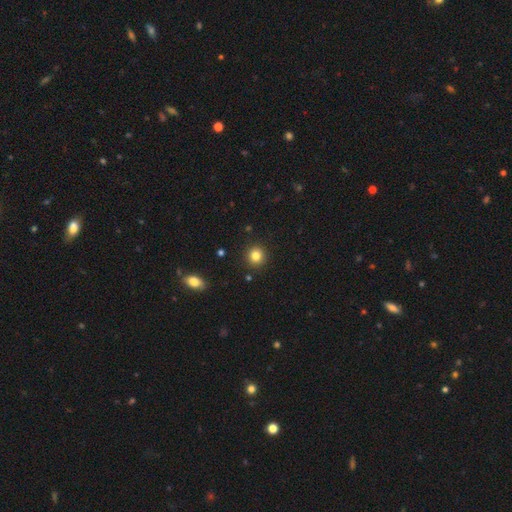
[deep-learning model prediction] This is clearly a smooth galaxy (82%). How rounded: clearly round (92%). Merging: clearly none (91%).